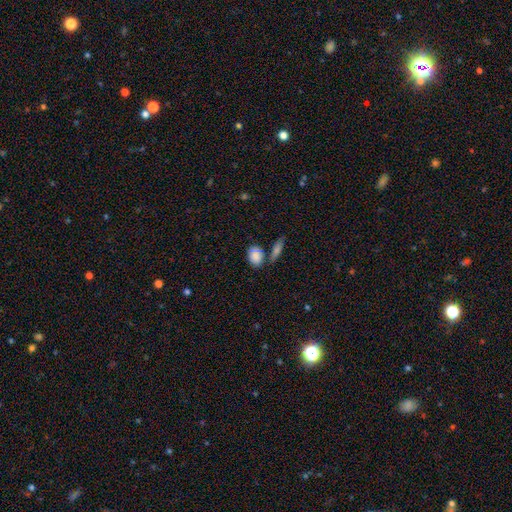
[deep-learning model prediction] smooth_or_featured: smooth (p=0.86) [alt: featured or disk p=0.07]
how_rounded: in between (p=0.78) [alt: round p=0.19]
merging: none (p=0.61) [alt: merger p=0.19]